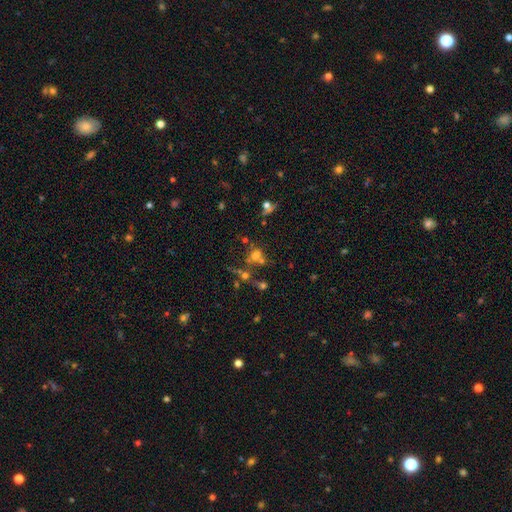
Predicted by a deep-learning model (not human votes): smooth_or_featured: smooth (p=0.51) [alt: star or artifact p=0.30]
how_rounded: round (p=0.57) [alt: in between p=0.40]
merging: none (p=0.40) [tied with: merger p=0.40]